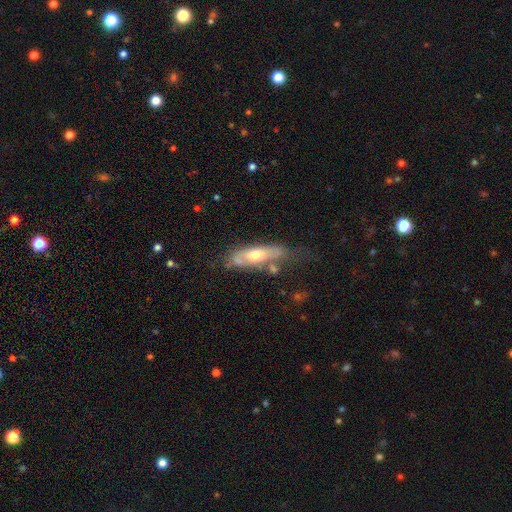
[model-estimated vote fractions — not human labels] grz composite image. It shows a featured or disk galaxy (51%). Merging: none (50%).